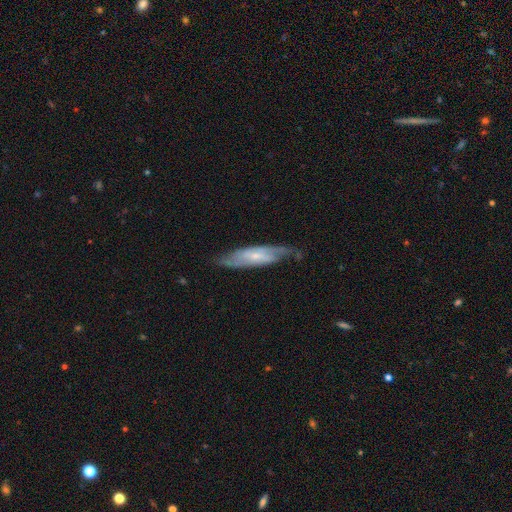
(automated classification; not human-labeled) Smooth or featured: featured or disk — 74% (smooth — 21%)
Edge-on disk: no — 75% (yes — 25%)
Bar: weak — 42% (no — 39%)
Spiral arms: yes — 91% (no — 9%)
Spiral winding: medium — 45% (tight — 32%)
Spiral arm count: 2 — 72% (can't tell — 18%)
Bulge size: small — 65% (moderate — 27%)
Merging: none — 72% (minor disturbance — 20%)